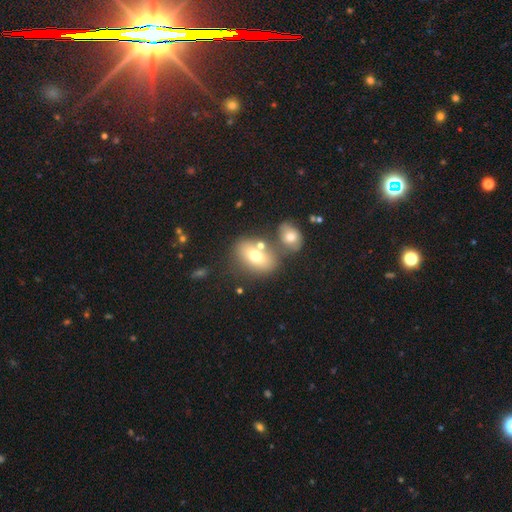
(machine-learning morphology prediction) smooth 68%, featured or disk 21%, star or artifact 10%. Down the decision tree: how rounded — in between (74%); merging — none (53%).